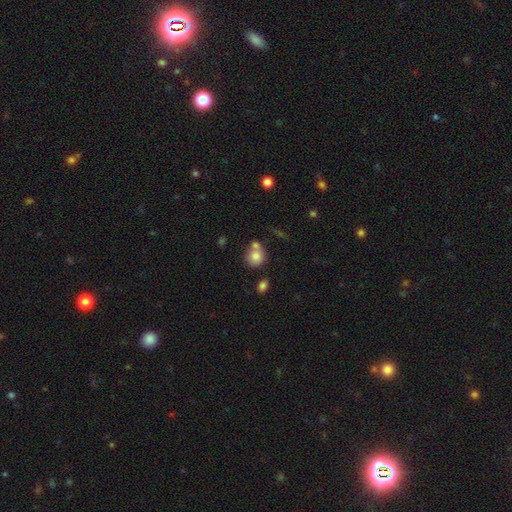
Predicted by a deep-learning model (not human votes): Q: Smooth or featured?
A: smooth (80%); runner-up: featured or disk (11%)
Q: How rounded?
A: round (79%); runner-up: in between (20%)
Q: Merging?
A: none (49%); runner-up: merger (34%)